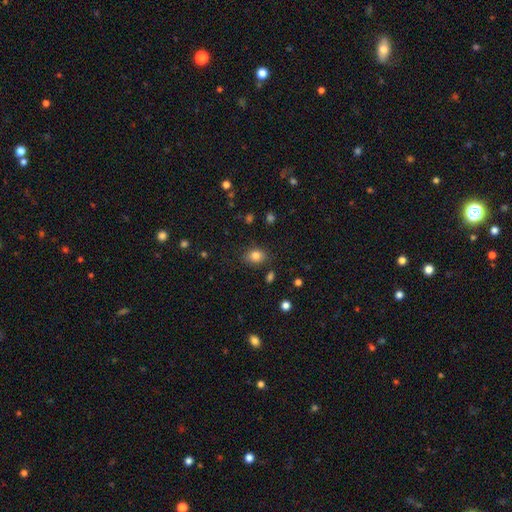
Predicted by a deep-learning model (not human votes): The model was most divided on "how rounded": in between: 66%, round: 33%, cigar-shaped: 1%. More confident: smooth or featured — smooth (81%); merging — none (80%).